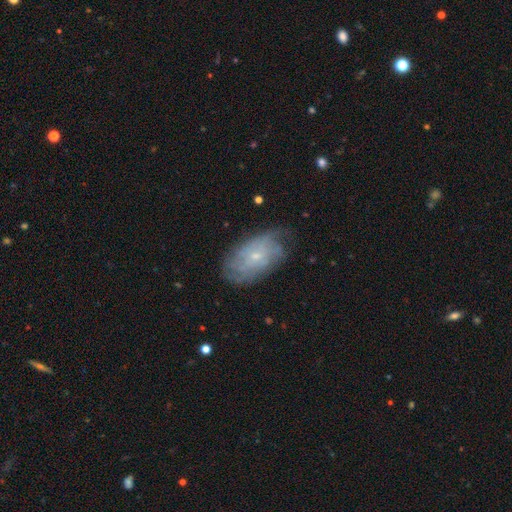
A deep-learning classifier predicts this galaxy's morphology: featured or disk 68%, smooth 24%, star or artifact 8%. Down the decision tree: edge-on disk — no (94%); bar — no (75%); spiral arms — yes (85%); spiral arm count — can't tell (58%); spiral winding — tight (59%); bulge size — small (76%); merging — none (68%).